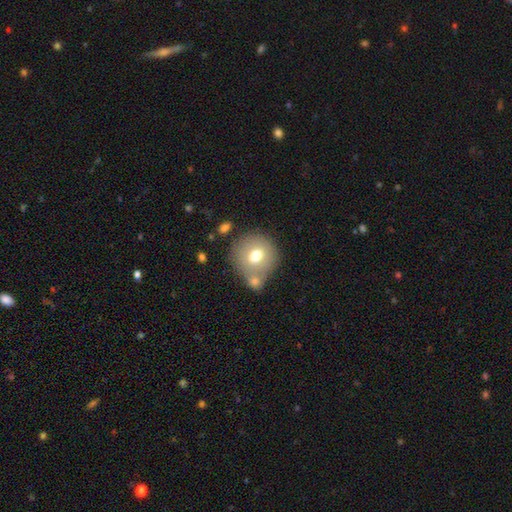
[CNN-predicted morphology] Smooth or featured? Predicted: smooth (p=0.68). How rounded? Predicted: round (p=0.88). Merging? Predicted: none (p=0.54).